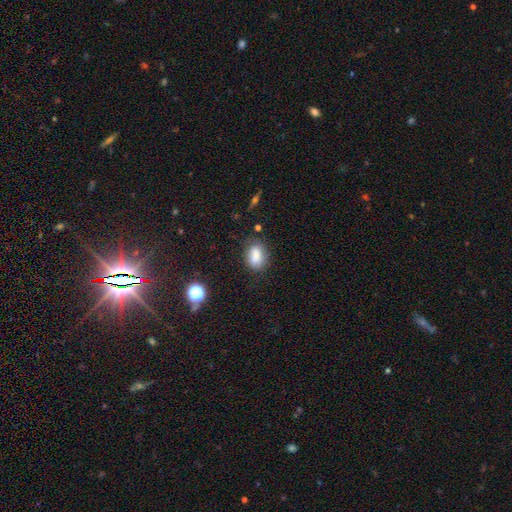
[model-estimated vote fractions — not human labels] Q: Smooth or featured?
A: smooth (83%); runner-up: star or artifact (10%)
Q: How rounded?
A: in between (80%); runner-up: round (17%)
Q: Merging?
A: none (69%); runner-up: minor disturbance (21%)